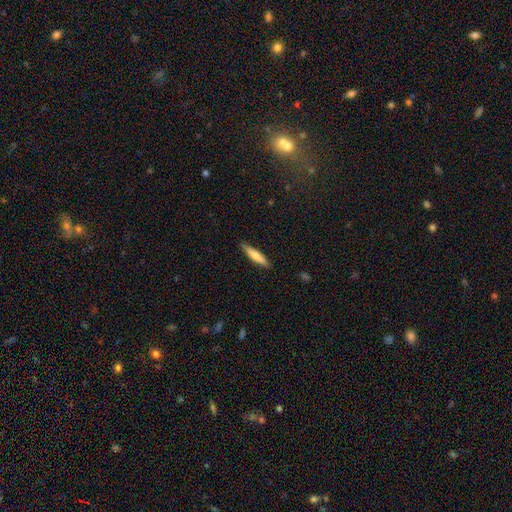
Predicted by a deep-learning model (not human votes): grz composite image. It shows a smooth galaxy with no disk features (68%) that is cigar-shaped (86%). Merging: none (87%).